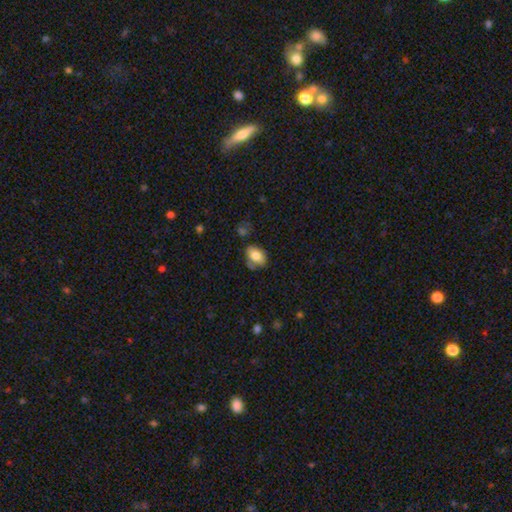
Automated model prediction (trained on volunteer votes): Smooth or featured?
  - smooth: 76% *
  - featured or disk: 16%
  - star or artifact: 8%
How rounded?
  - in between: 80% *
  - round: 19%
  - cigar-shaped: 1%
Merging?
  - none: 58% *
  - minor disturbance: 27%
  - major disturbance: 8%
  - merger: 6%